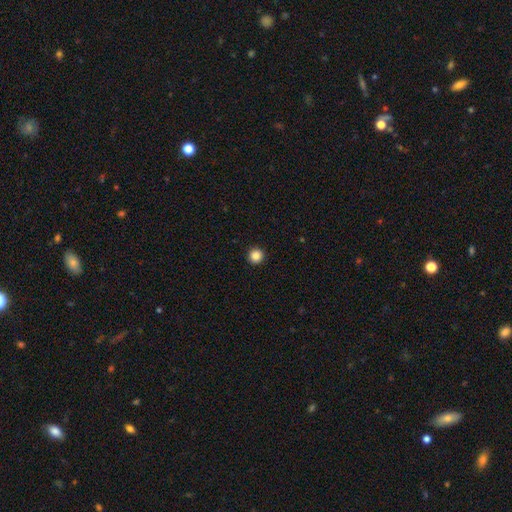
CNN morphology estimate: smooth_or_featured: smooth (p=0.86) [alt: star or artifact p=0.11]
how_rounded: round (p=0.95) [alt: in between p=0.04]
merging: none (p=0.94) [alt: minor disturbance p=0.04]